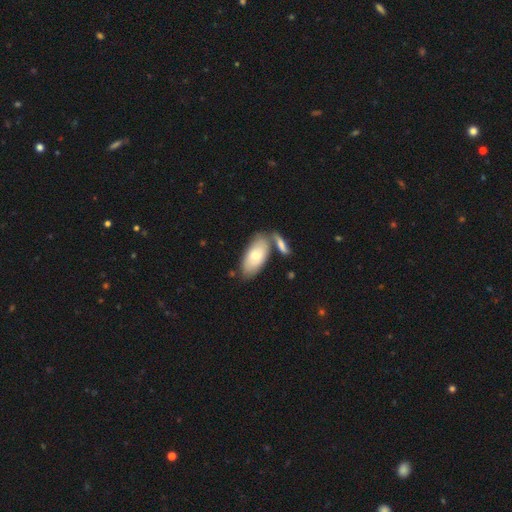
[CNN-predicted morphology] smooth 68%, featured or disk 27%, star or artifact 6%. Down the decision tree: how rounded — in between (91%); merging — none (59%).